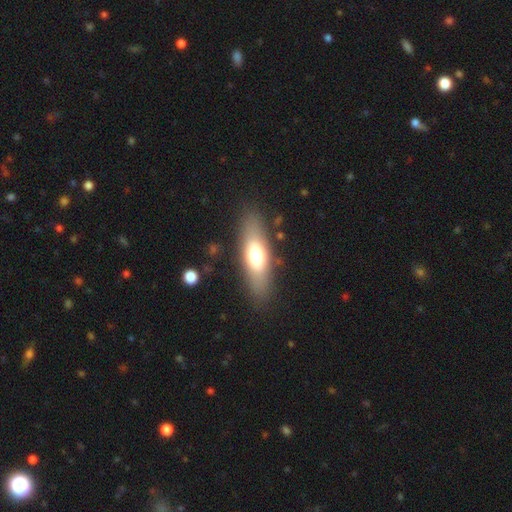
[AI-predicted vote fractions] A smooth galaxy with no disk features (65%) that is in between round and cigar-shaped (61%).

Vote fractions:
- Smooth or featured? smooth: 65% / featured or disk: 28% / star or artifact: 7%
- How rounded? in between: 61% / cigar-shaped: 36% / round: 3%
- Merging? none: 84% / minor disturbance: 11% / major disturbance: 4% / merger: 2%